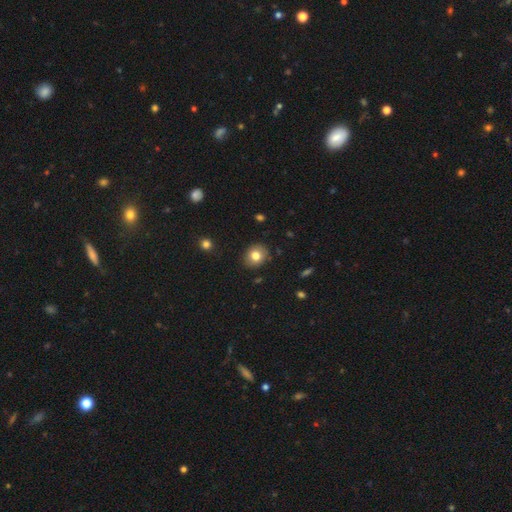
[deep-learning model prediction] Smooth or featured? smooth (79%)
How rounded? round (65%)
Merging? none (88%)